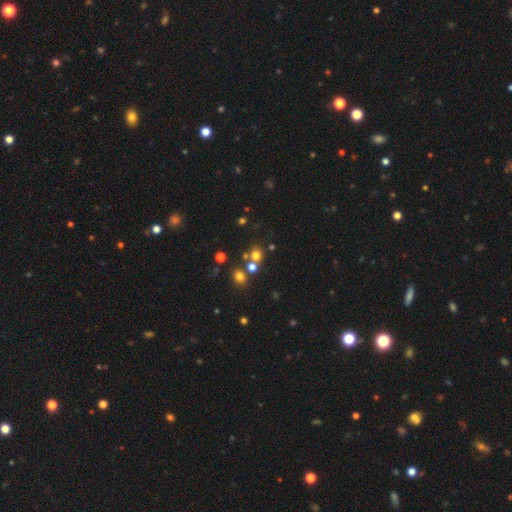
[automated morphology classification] This appears to be a smooth galaxy with no disk features (68%) that is round (81%). Merging: none (60%).